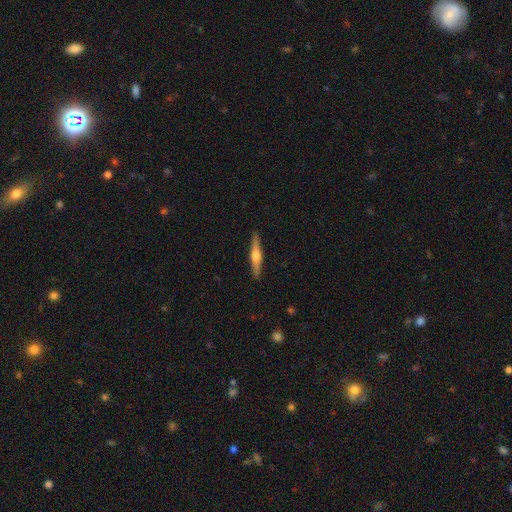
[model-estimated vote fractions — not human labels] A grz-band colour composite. It shows a featured or disk galaxy (68%) viewed edge-on (98%) with a rounded central bulge (88%). Merging: none (91%).